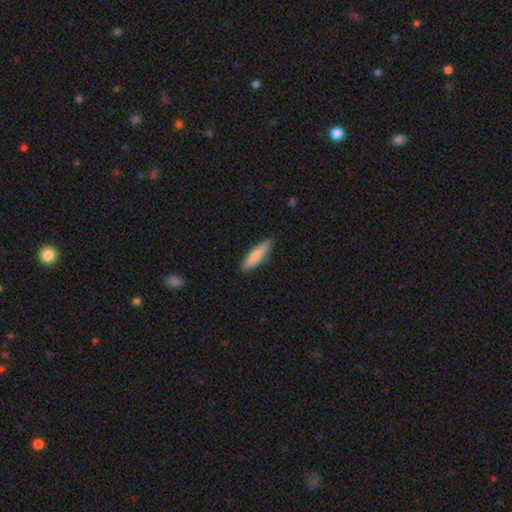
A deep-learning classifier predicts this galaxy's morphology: Smooth or featured: smooth — 83% (featured or disk — 12%)
How rounded: cigar-shaped — 75% (in between — 24%)
Merging: none — 84% (minor disturbance — 13%)